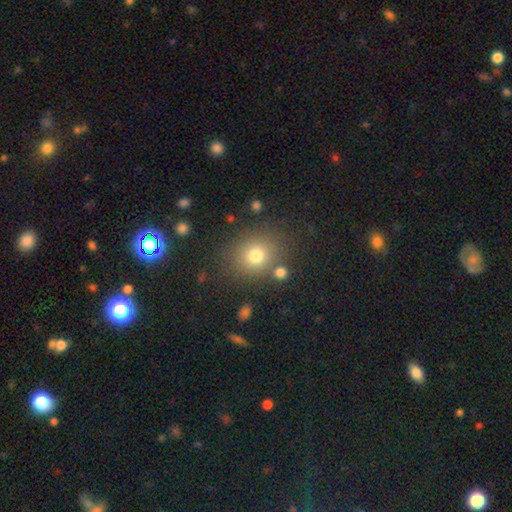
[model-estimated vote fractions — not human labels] Smooth or featured: smooth — 75% (star or artifact — 15%)
How rounded: round — 74% (in between — 25%)
Merging: none — 79% (minor disturbance — 10%)